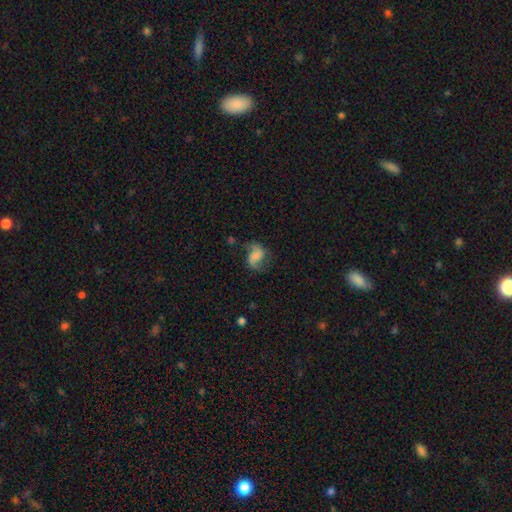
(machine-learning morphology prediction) This is possibly a featured or disk galaxy (57%). It is clearly not viewed edge-on (97%). Bar: marginally no (43%). Spiral arm pattern: clearly yes (88%). Central bulge: possibly none (47%). Merging: possibly none (51%).